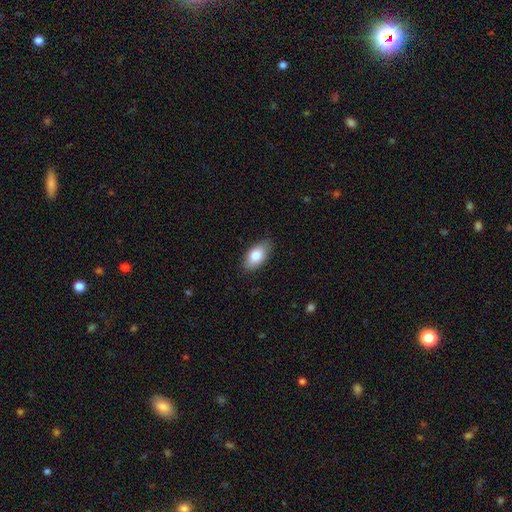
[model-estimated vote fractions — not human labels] smooth-or-featured: smooth: 80% | featured or disk: 13% | star or artifact: 7%
  how-rounded: in between: 92% | round: 5% | cigar-shaped: 3%
  merging: none: 84% | minor disturbance: 13% | major disturbance: 2% | merger: 1%